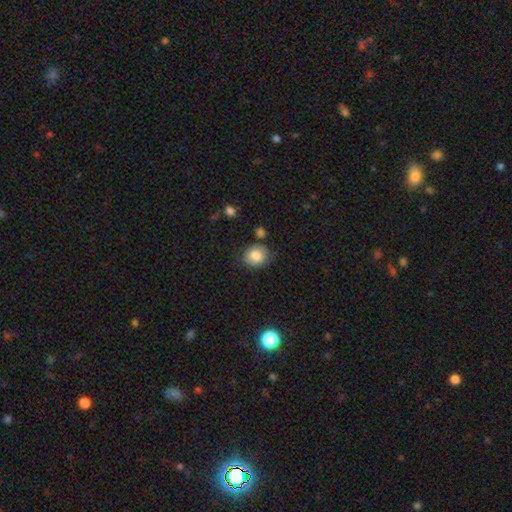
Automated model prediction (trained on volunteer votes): Morphology: type=smooth (82%); roundness=round (65%); merging=none (75%).